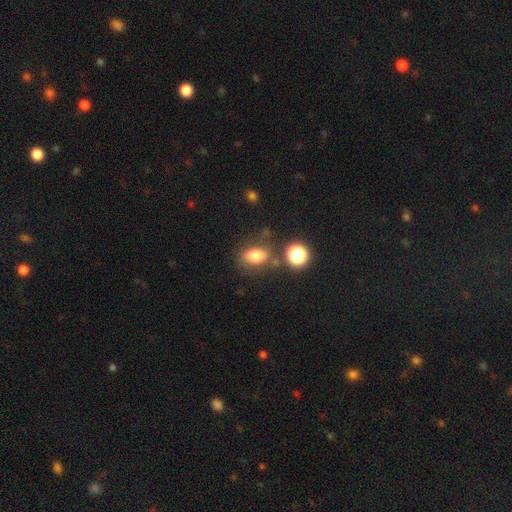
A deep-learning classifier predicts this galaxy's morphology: smooth 76%, star or artifact 13%, featured or disk 11%. Down the decision tree: how rounded — in between (73%); merging — none (69%).